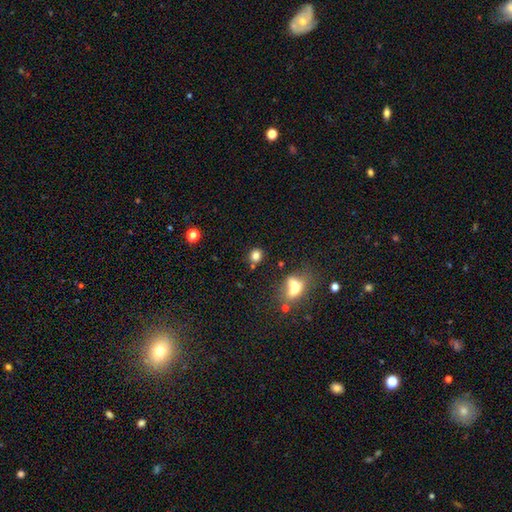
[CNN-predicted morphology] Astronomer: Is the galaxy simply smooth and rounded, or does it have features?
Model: smooth — 80%.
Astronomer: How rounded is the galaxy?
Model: round — 76%.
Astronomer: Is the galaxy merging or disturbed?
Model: none — 73%.